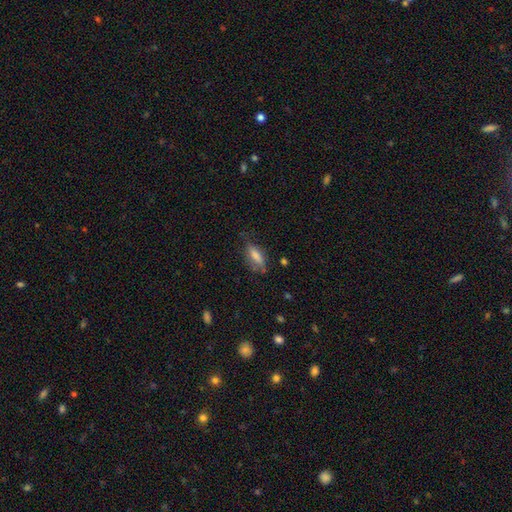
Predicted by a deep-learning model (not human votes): Smooth or featured: smooth — 70% (featured or disk — 21%)
How rounded: in between — 65% (cigar-shaped — 32%)
Merging: none — 64% (minor disturbance — 26%)